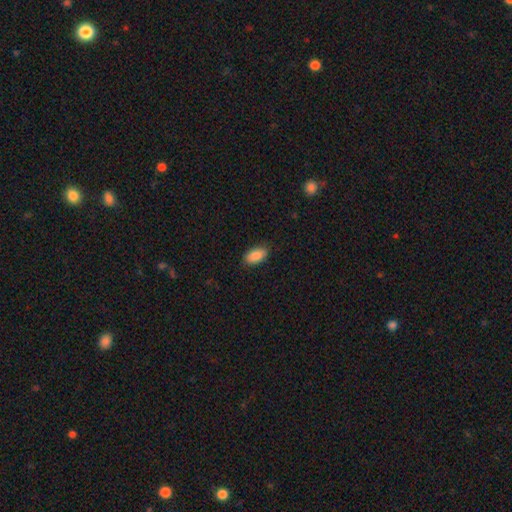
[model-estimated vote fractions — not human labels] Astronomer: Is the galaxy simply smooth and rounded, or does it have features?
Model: smooth — 89%.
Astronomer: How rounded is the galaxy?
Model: in between — 93%.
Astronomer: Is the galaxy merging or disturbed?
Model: none — 87%.